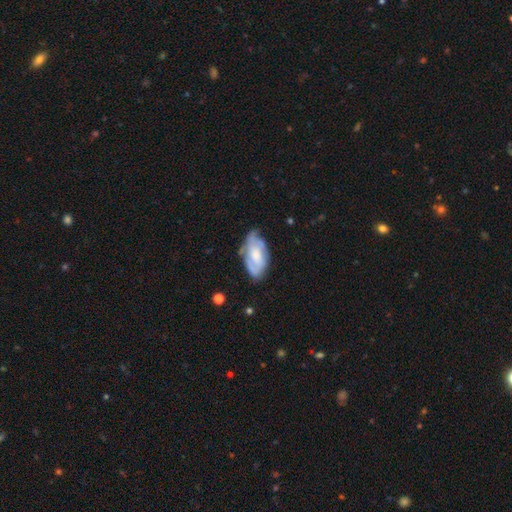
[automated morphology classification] smooth_or_featured: featured or disk (p=0.59) [alt: smooth p=0.35]
disk_edge_on: no (p=0.93) [alt: yes p=0.07]
bar: no (p=0.70) [alt: weak p=0.25]
has_spiral_arms: yes (p=0.71) [alt: no p=0.29]
bulge_size: moderate (p=0.43) [alt: small p=0.26]
merging: none (p=0.58) [alt: minor disturbance p=0.30]